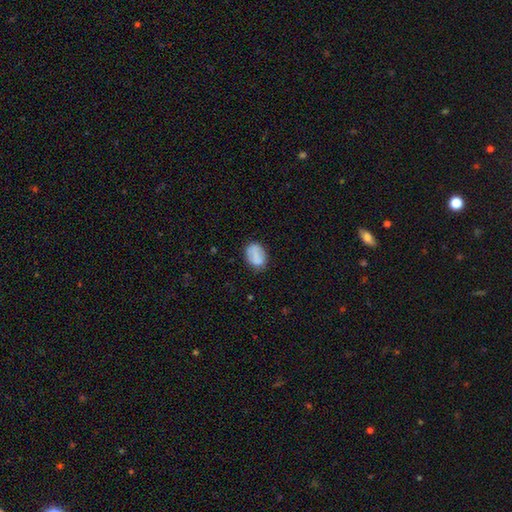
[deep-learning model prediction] Smooth or featured? Predicted: smooth (p=0.78). How rounded? Predicted: in between (p=0.76). Merging? Predicted: none (p=0.74).